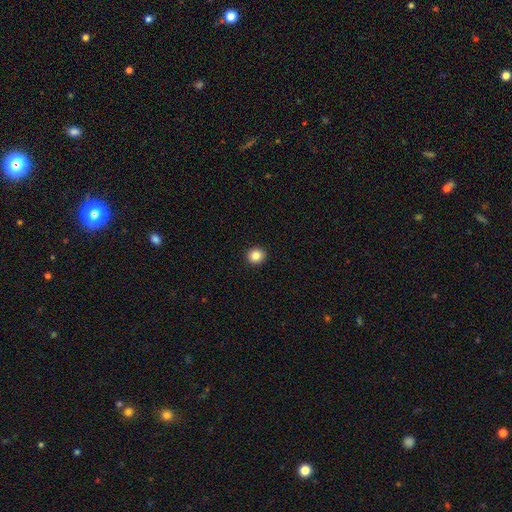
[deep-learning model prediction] Smooth or featured? smooth (85%)
How rounded? round (87%)
Merging? none (93%)